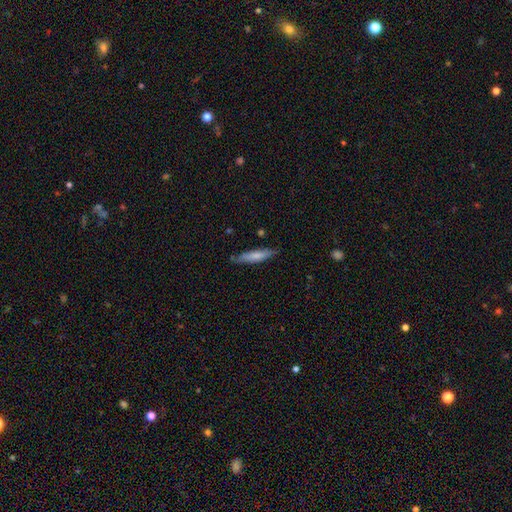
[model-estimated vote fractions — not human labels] Q: Smooth or featured?
A: smooth (71%); runner-up: featured or disk (24%)
Q: How rounded?
A: cigar-shaped (82%); runner-up: in between (17%)
Q: Merging?
A: none (79%); runner-up: minor disturbance (17%)